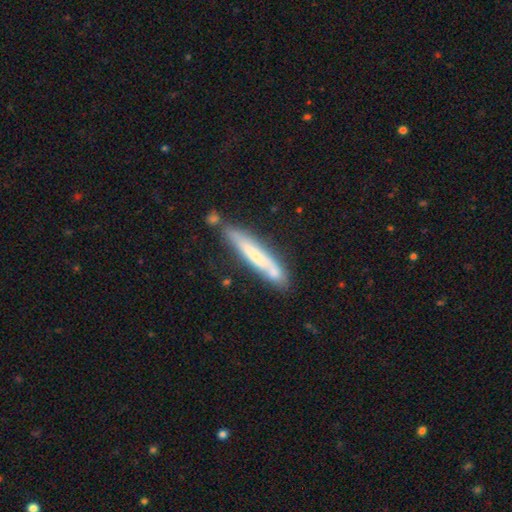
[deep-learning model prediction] This appears to be a smooth galaxy with no disk features (53%) that is cigar-shaped (93%). Merging: none (66%).